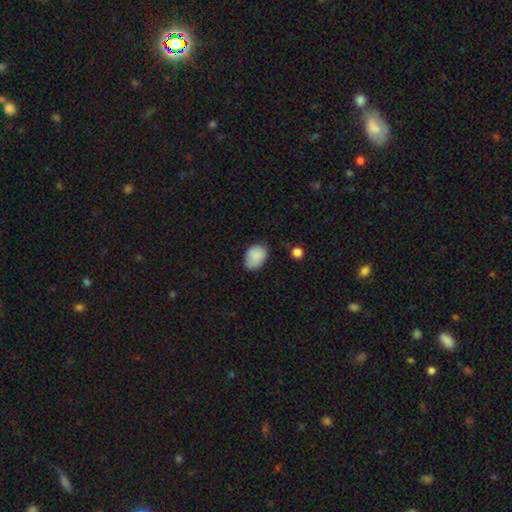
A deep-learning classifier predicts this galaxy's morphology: smooth_or_featured: smooth (p=0.84) [alt: featured or disk p=0.08]
how_rounded: in between (p=0.79) [alt: round p=0.20]
merging: none (p=0.64) [alt: minor disturbance p=0.28]